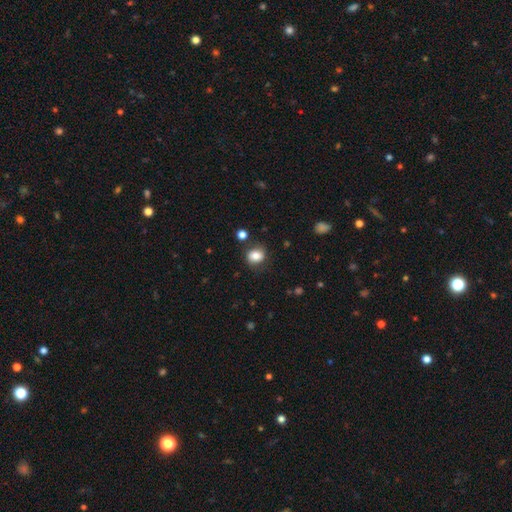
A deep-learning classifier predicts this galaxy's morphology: smooth-or-featured: smooth: 81% | star or artifact: 10% | featured or disk: 9%
  how-rounded: round: 53% | in between: 46% | cigar-shaped: 1%
  merging: none: 79% | minor disturbance: 14% | major disturbance: 4% | merger: 4%